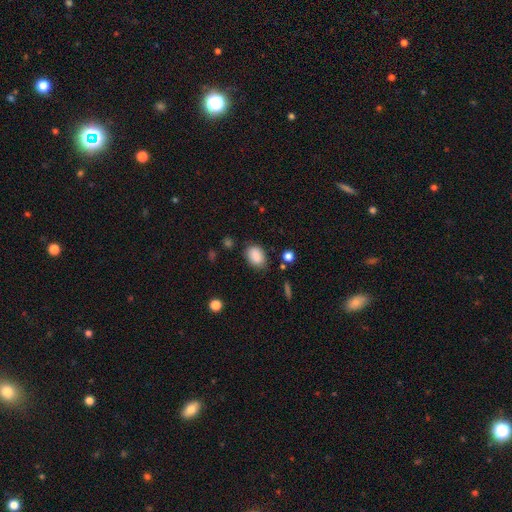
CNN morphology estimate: A smooth galaxy with no disk features (88%) that is in between round and cigar-shaped (77%). Merging: none (77%).